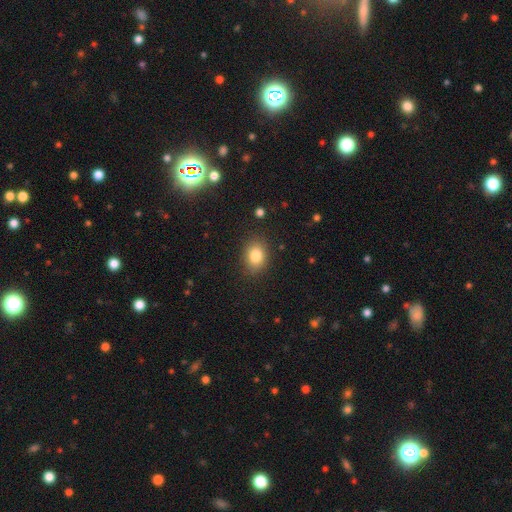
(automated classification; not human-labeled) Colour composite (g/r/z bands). It shows a smooth galaxy with no disk features (82%) that is in between round and cigar-shaped (58%). Merging: none (85%).